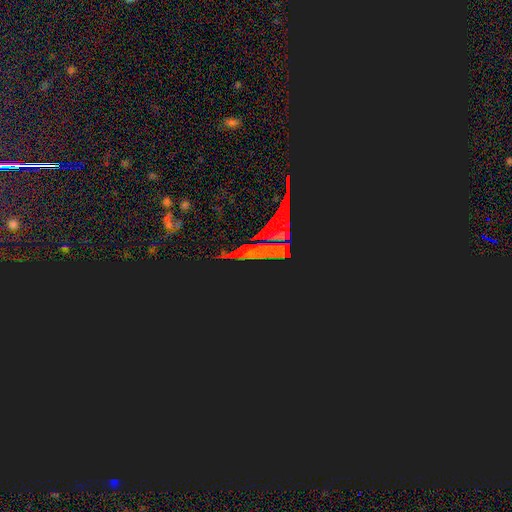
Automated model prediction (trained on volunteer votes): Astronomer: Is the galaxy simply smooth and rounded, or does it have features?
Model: star or artifact — 81%.